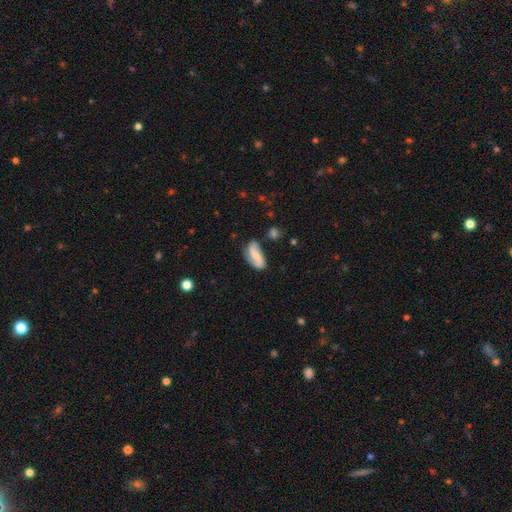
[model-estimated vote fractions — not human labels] A featured or disk galaxy (56%) with no bar (37%), spiral arms (89%) and a small central bulge (43%).

Vote fractions:
- Smooth or featured? featured or disk: 56% / smooth: 37% / star or artifact: 8%
- Edge-on disk? no: 93% / yes: 7%
- Bar? no: 37% / weak: 35% / strong: 28%
- Spiral arms? yes: 89% / no: 11%
- Bulge size? small: 43% / none: 27% / moderate: 25% / large: 4% / dominant: 2%
- Merging? none: 63% / minor disturbance: 23% / major disturbance: 8% / merger: 5%